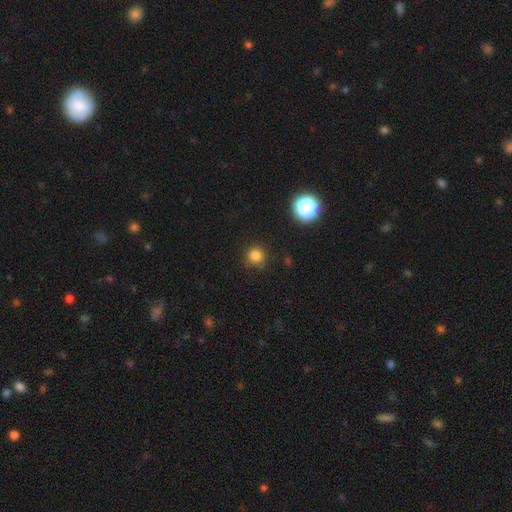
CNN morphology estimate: Smooth or featured? Predicted: smooth (p=0.80). How rounded? Predicted: round (p=0.93). Merging? Predicted: none (p=0.85).